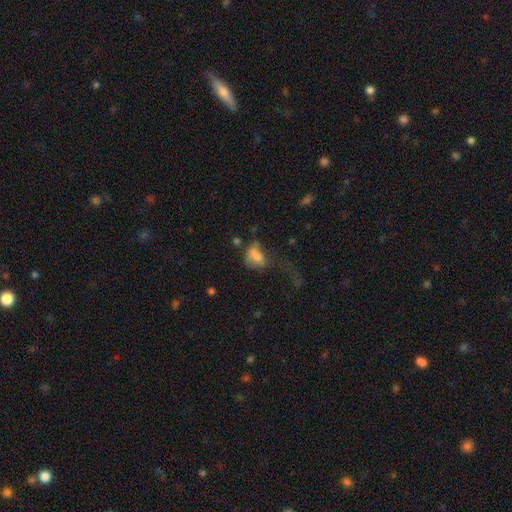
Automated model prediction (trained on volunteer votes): This appears to be a smooth galaxy with no disk features (68%) that is in between round and cigar-shaped (79%). Merging: major disturbance (52%).